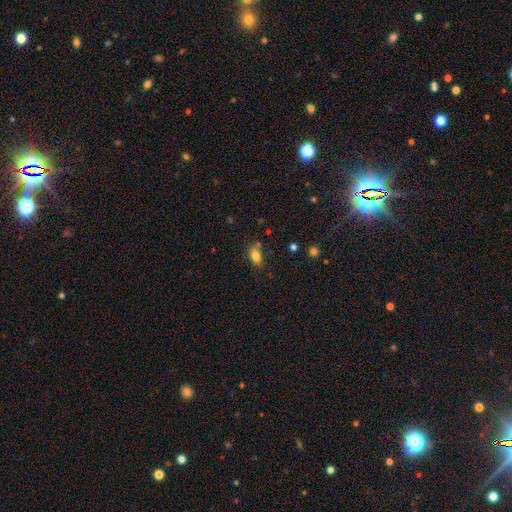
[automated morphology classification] smooth 80%, star or artifact 10%, featured or disk 10%. Down the decision tree: how rounded — in between (85%); merging — none (69%).